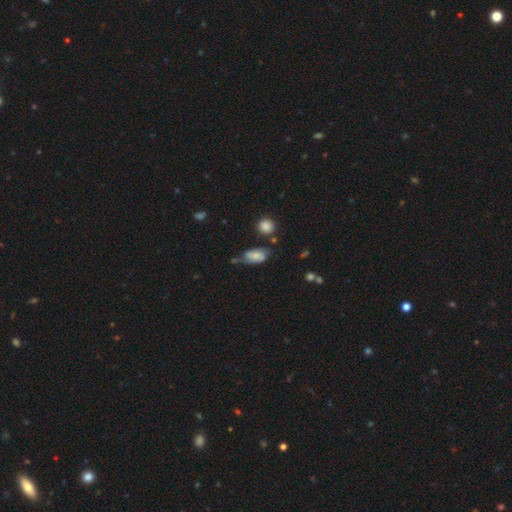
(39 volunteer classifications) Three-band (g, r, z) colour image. It shows a smooth galaxy with no disk features (49%, tied with featured or disk) that is in between round and cigar-shaped (89%). Merging: none (42%).